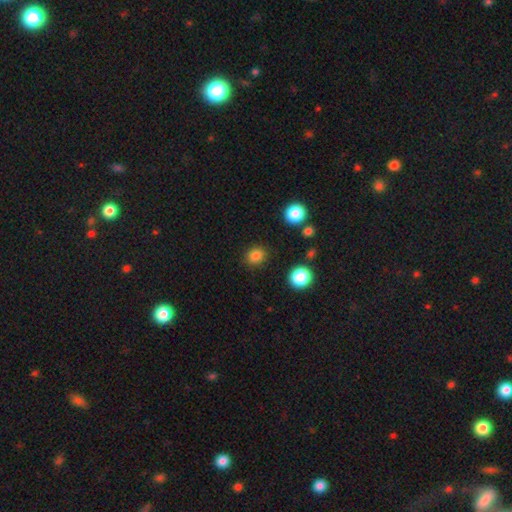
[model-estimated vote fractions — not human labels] A smooth galaxy with no disk features (83%) that is round (75%). Merging: none (88%).